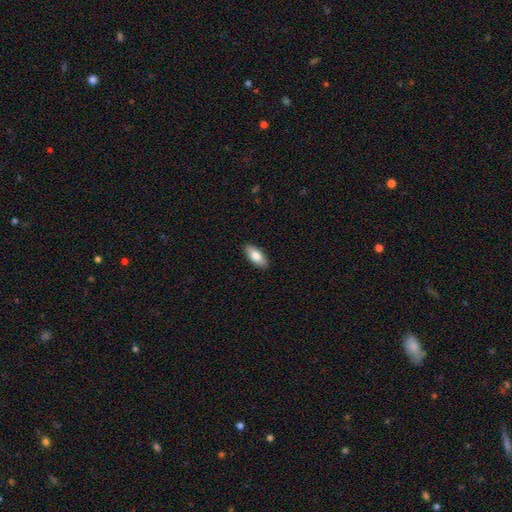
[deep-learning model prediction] Overall: smooth (81%). How rounded: in between (87%). Merging: none (90%).